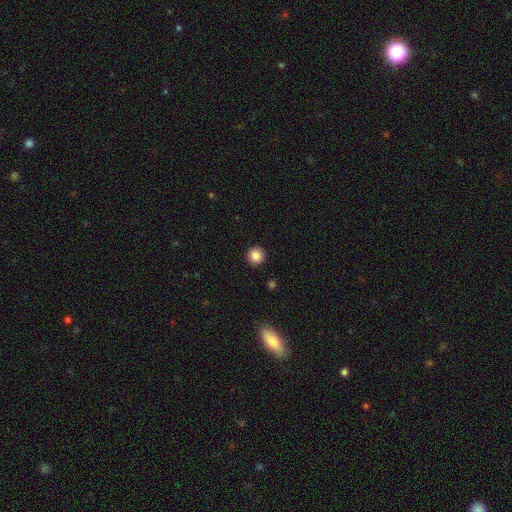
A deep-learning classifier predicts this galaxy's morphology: Smooth or featured: smooth — 85% (star or artifact — 10%)
How rounded: round — 96% (in between — 3%)
Merging: none — 93% (minor disturbance — 4%)